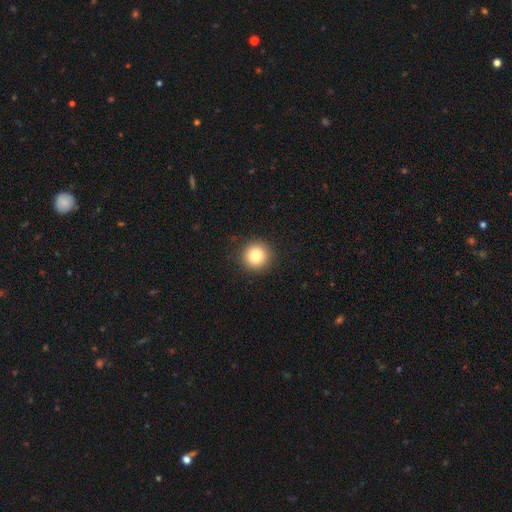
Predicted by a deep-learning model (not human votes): Smooth or featured? smooth (84%)
How rounded? round (95%)
Merging? none (91%)